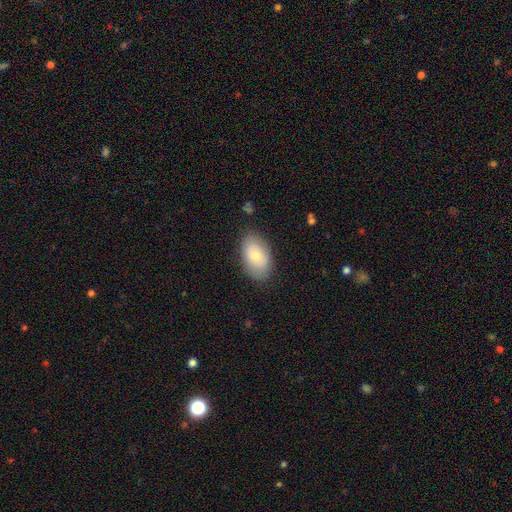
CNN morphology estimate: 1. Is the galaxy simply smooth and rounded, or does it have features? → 72% smooth, 21% featured or disk, 7% star or artifact.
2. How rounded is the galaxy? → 90% in between, 9% round, 1% cigar-shaped.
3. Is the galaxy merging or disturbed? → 81% none, 15% minor disturbance, 4% major disturbance, 1% merger.